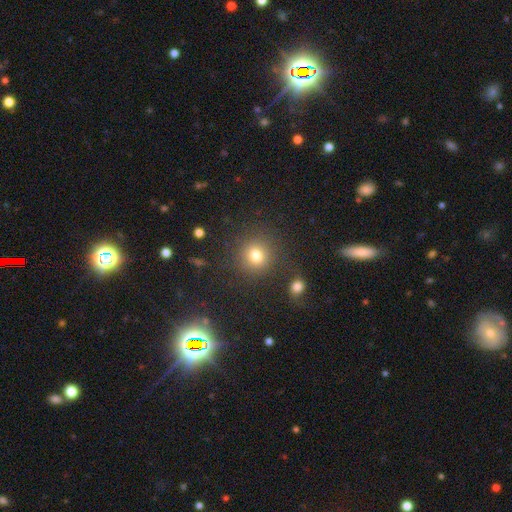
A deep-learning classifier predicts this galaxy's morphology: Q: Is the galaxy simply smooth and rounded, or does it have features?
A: smooth — 78%.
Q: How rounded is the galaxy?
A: round — 89%.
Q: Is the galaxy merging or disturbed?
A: none — 82%.